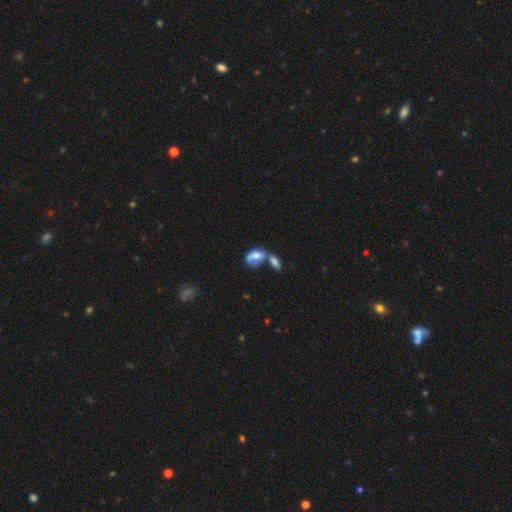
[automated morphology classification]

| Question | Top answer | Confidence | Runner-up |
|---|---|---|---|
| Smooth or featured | smooth | 64% | featured or disk (27%) |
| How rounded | in between | 86% | round (12%) |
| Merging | merger | 54% | none (21%) |